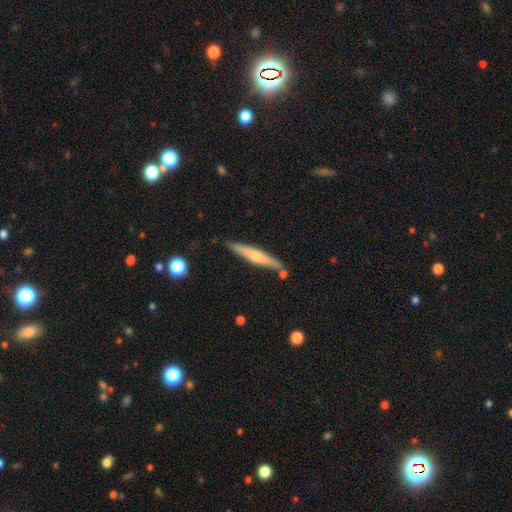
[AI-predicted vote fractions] The model was most divided on "smooth or featured": featured or disk: 54%, smooth: 41%, star or artifact: 6%. More confident: edge-on disk — yes (95%); merging — none (82%); edge-on bulge — rounded (77%).